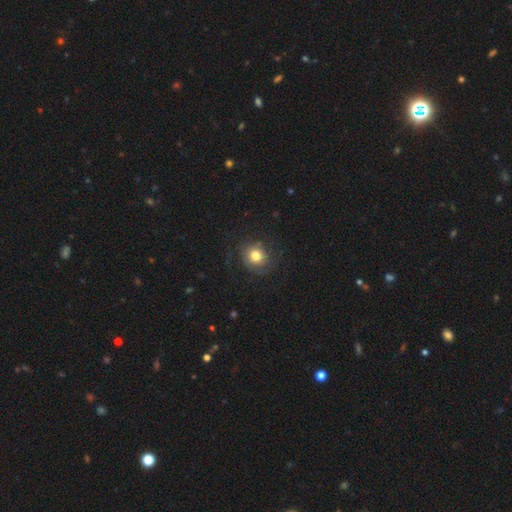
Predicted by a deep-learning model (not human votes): smooth_or_featured: smooth (p=0.63) [alt: featured or disk p=0.26]
how_rounded: round (p=0.84) [alt: in between p=0.16]
merging: none (p=0.72) [alt: minor disturbance p=0.15]